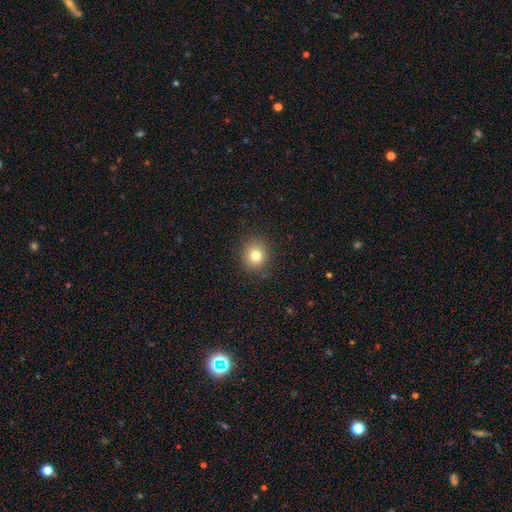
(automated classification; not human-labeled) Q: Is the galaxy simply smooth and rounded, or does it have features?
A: smooth — 80%.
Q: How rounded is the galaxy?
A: round — 83%.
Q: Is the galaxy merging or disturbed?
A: none — 89%.